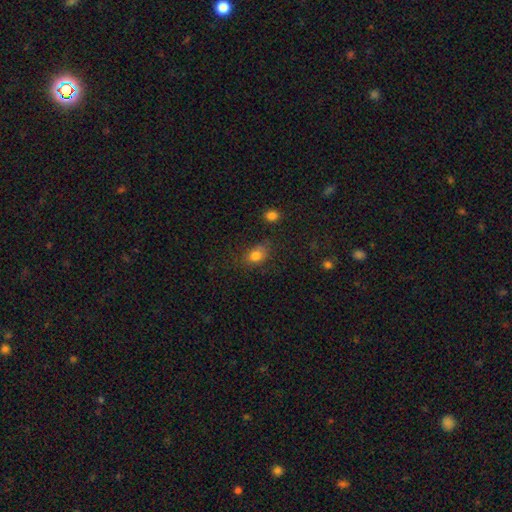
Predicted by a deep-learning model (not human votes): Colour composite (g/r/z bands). It shows a smooth galaxy with no disk features (80%) that is in between round and cigar-shaped (67%). Merging: none (66%).